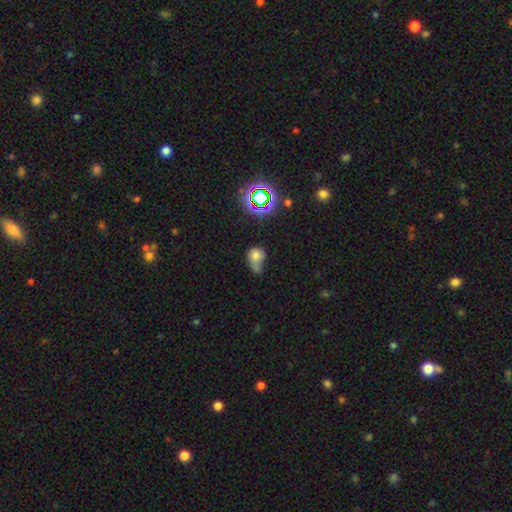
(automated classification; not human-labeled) Smooth or featured? Predicted: smooth (p=0.62). How rounded? Predicted: round (p=0.58). Merging? Predicted: major disturbance (p=0.29).